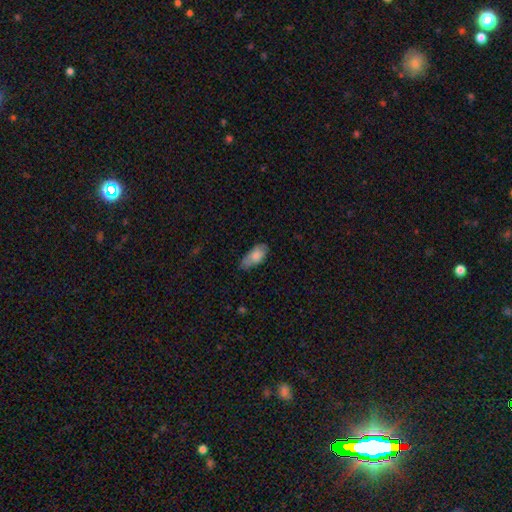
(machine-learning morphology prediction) smooth 80%, featured or disk 13%, star or artifact 7%. Down the decision tree: how rounded — in between (87%); merging — none (54%).